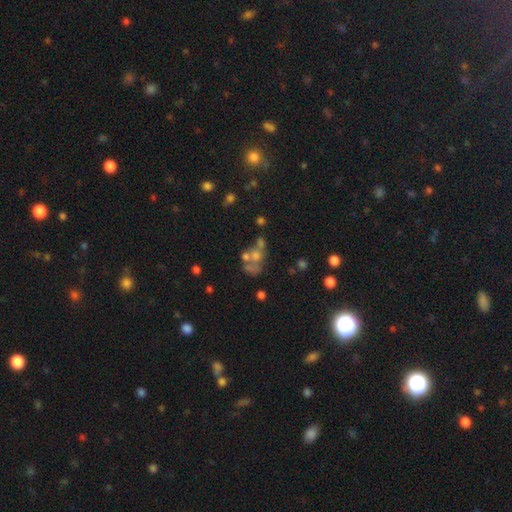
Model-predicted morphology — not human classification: This appears to be a smooth galaxy with no disk features (36%). Merging: merger (39%).